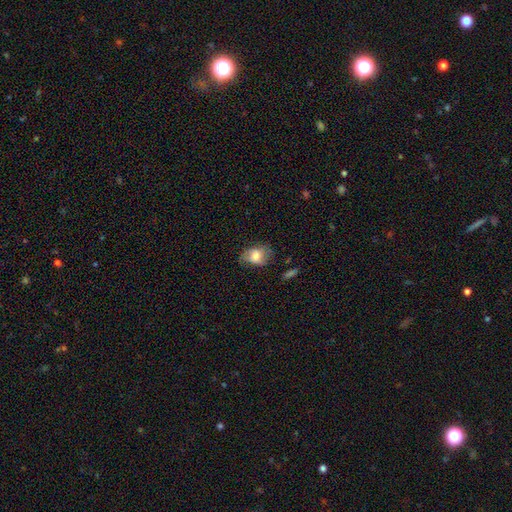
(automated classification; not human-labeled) Smooth or featured?
  - smooth: 69% *
  - featured or disk: 22%
  - star or artifact: 8%
How rounded?
  - in between: 76% *
  - round: 23%
  - cigar-shaped: 1%
Merging?
  - none: 57% *
  - minor disturbance: 30%
  - major disturbance: 11%
  - merger: 2%